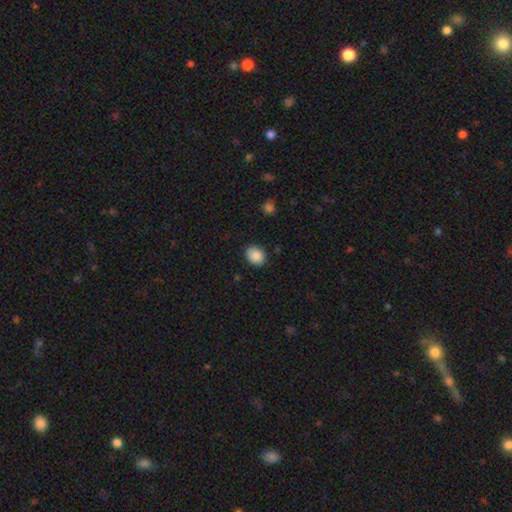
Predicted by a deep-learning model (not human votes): A smooth galaxy with no disk features (87%) that is in between round and cigar-shaped (50%).

Vote fractions:
- Smooth or featured? smooth: 87% / star or artifact: 8% / featured or disk: 4%
- How rounded? in between: 50% / round: 49% / cigar-shaped: 1%
- Merging? none: 85% / minor disturbance: 11% / major disturbance: 2% / merger: 1%